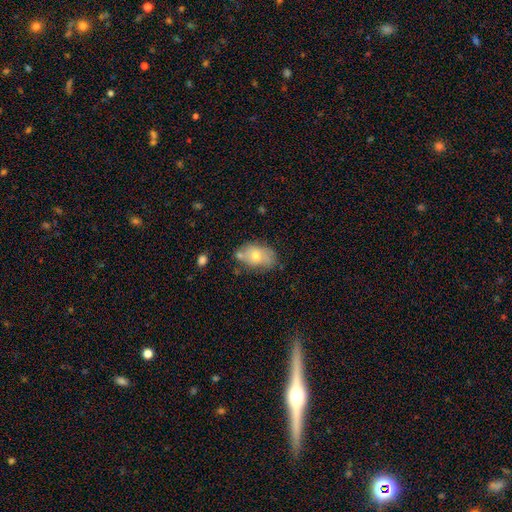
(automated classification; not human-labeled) The model was most divided on "merging": none: 54%, minor disturbance: 26%, merger: 12%, major disturbance: 8%. More confident: how rounded — in between (85%); smooth or featured — smooth (61%).